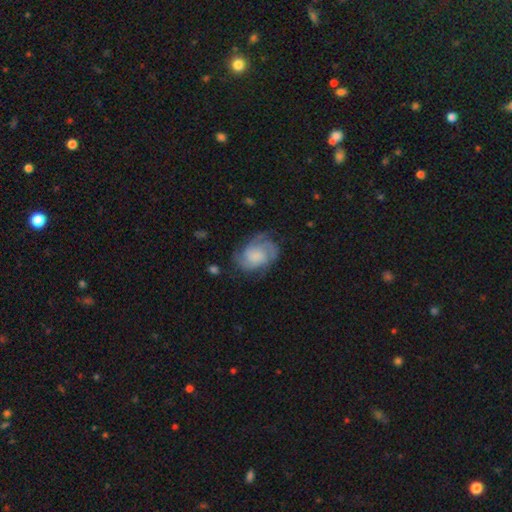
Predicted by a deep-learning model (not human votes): A featured or disk galaxy (73%) with no bar (71%), 3 (37%) tight (44%) spiral arms (94%) and no central bulge (32%).

Vote fractions:
- Smooth or featured? featured or disk: 73% / smooth: 20% / star or artifact: 7%
- Edge-on disk? no: 98% / yes: 2%
- Bar? no: 71% / weak: 25% / strong: 4%
- Spiral arms? yes: 94% / no: 6%
- Spiral winding? tight: 44% / medium: 43% / loose: 13%
- Spiral arm count? 3: 37% / 2: 23% / can't tell: 20% / 4: 10% / 1: 5% / more than 4: 5%
- Bulge size? none: 32% / small: 25% / moderate: 22% / large: 18% / dominant: 3%
- Merging? none: 66% / minor disturbance: 21% / major disturbance: 11% / merger: 1%